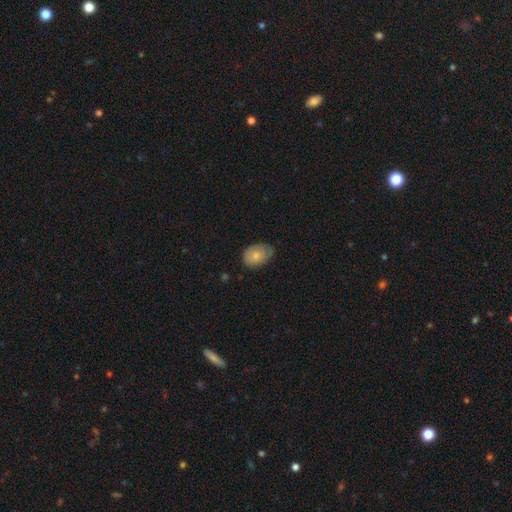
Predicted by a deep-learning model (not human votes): Smooth or featured? Predicted: smooth (p=0.74). How rounded? Predicted: in between (p=0.81). Merging? Predicted: none (p=0.66).